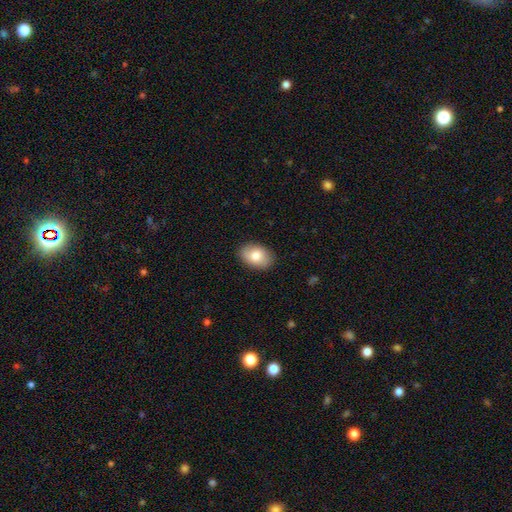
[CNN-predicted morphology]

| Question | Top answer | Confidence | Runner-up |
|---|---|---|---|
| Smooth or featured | smooth | 80% | featured or disk (13%) |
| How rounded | in between | 84% | round (15%) |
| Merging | none | 87% | minor disturbance (9%) |